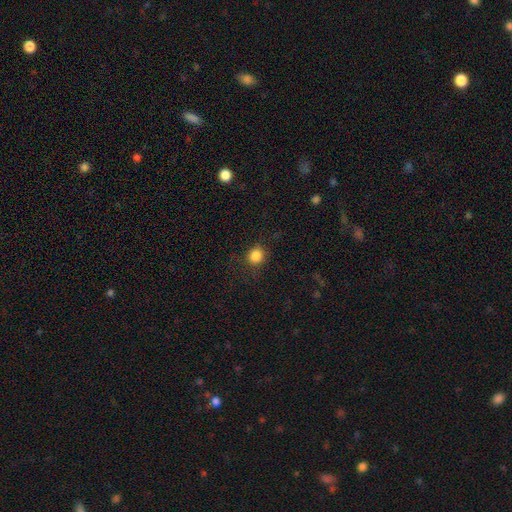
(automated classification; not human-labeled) Morphology: type=smooth (85%); roundness=round (82%); merging=none (83%).